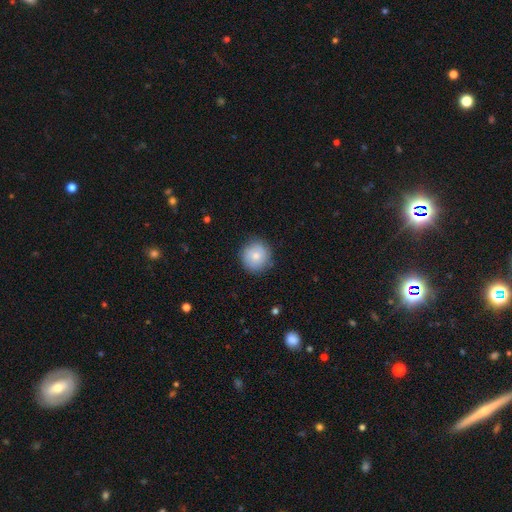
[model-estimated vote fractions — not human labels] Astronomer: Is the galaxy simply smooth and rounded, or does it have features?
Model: smooth — 76%.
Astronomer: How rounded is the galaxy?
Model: round — 92%.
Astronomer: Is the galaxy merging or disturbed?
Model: none — 84%.